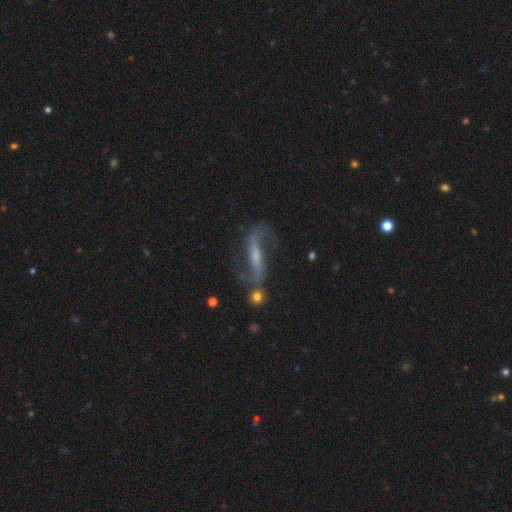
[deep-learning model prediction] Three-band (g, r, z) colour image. It shows a featured or disk galaxy (82%) with a strong bar (49%), 2 (89%) loose (76%) spiral arms (93%) and a small central bulge (47%). Merging: none (60%).